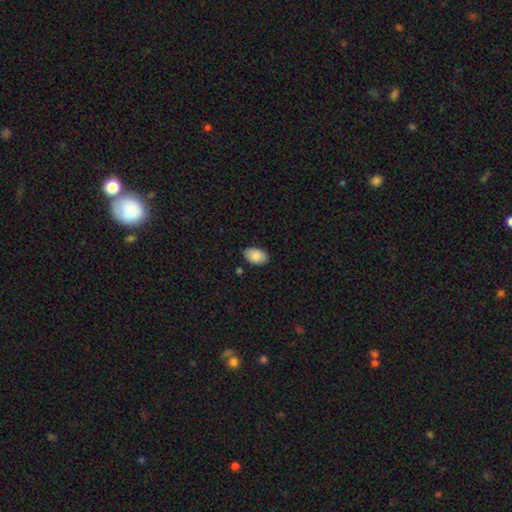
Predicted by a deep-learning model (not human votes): Smooth or featured? smooth (88%)
How rounded? in between (92%)
Merging? none (85%)